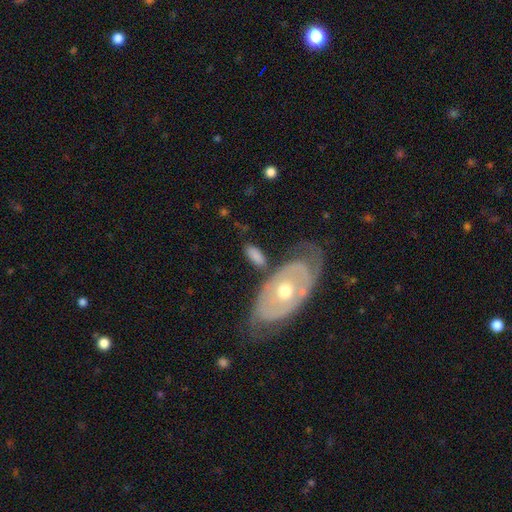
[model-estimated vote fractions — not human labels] Smooth or featured?
  - smooth: 66% *
  - featured or disk: 28%
  - star or artifact: 5%
How rounded?
  - in between: 86% *
  - cigar-shaped: 10%
  - round: 4%
Merging?
  - none: 61% *
  - minor disturbance: 18%
  - merger: 12%
  - major disturbance: 8%